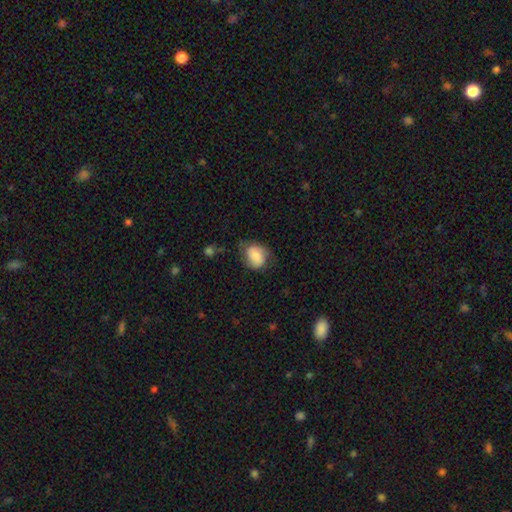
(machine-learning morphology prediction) Overall: smooth (71%). How rounded: in between (52%; round 47%). Merging: none (57%; minor disturbance 29%).